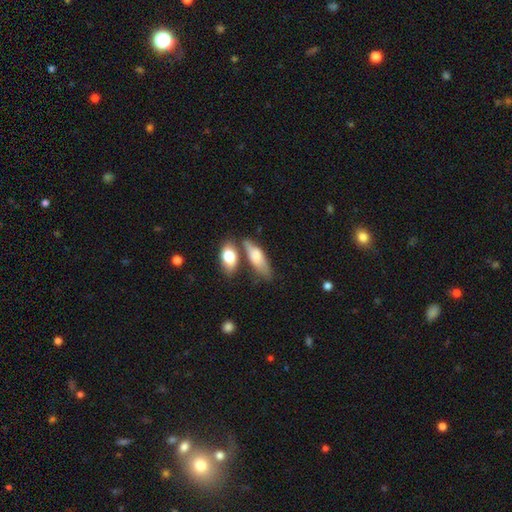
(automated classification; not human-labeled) This is likely a smooth galaxy (69%). How rounded: likely in between (63%). Merging: possibly none (48%).